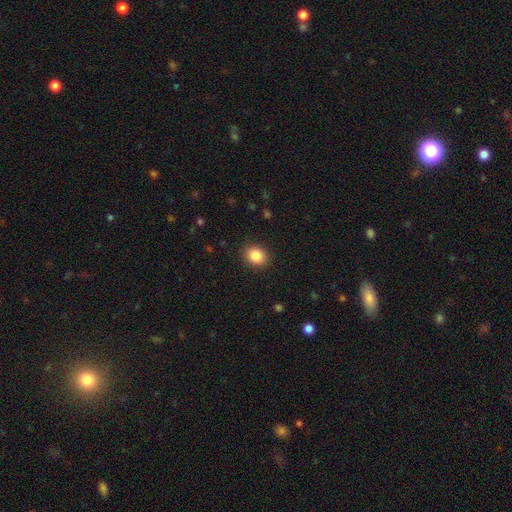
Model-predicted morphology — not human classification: Smooth or featured? Predicted: smooth (p=0.86). How rounded? Predicted: round (p=0.59). Merging? Predicted: none (p=0.89).